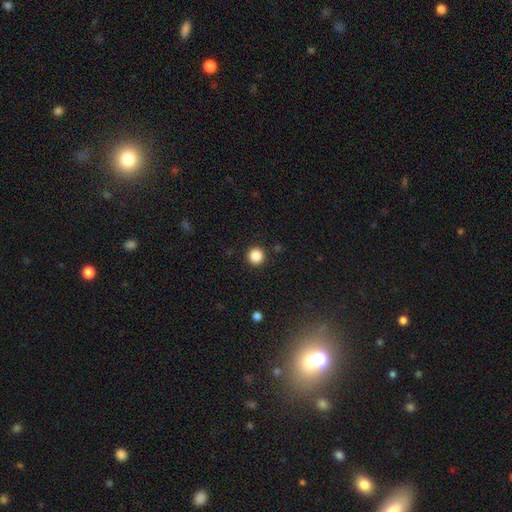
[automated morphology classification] This is clearly a smooth galaxy (87%). How rounded: clearly round (96%). Merging: clearly none (93%).